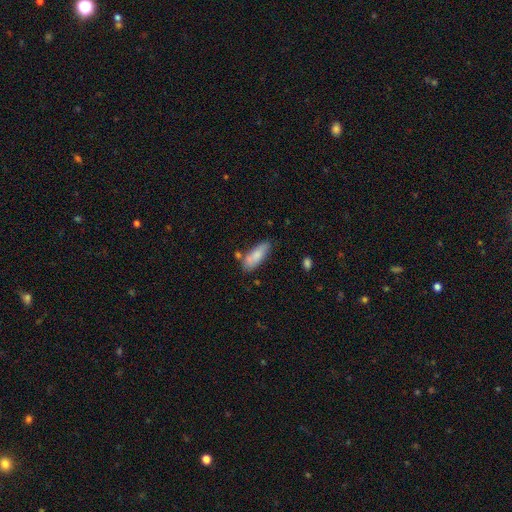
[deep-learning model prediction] smooth-or-featured: smooth: 80% | featured or disk: 14% | star or artifact: 6%
  how-rounded: in between: 66% | cigar-shaped: 33% | round: 2%
  merging: none: 67% | minor disturbance: 20% | merger: 8% | major disturbance: 4%